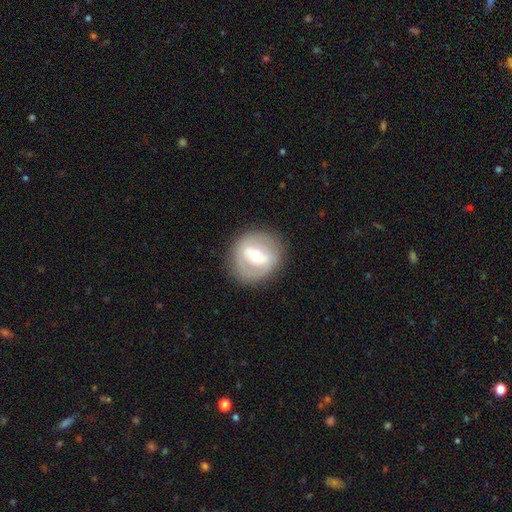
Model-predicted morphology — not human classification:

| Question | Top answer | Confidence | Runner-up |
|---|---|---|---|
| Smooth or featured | featured or disk | 60% | smooth (33%) |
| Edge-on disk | no | 93% | yes (7%) |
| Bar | strong | 45% | weak (36%) |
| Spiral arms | no | 65% | yes (35%) |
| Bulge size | moderate | 67% | small (25%) |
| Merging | none | 83% | minor disturbance (11%) |